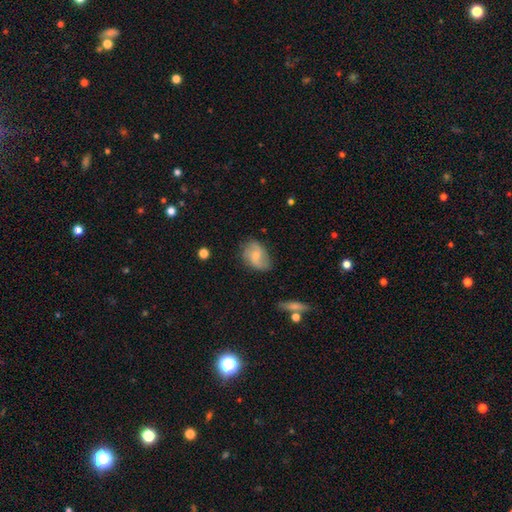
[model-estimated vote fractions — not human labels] This appears to be a featured or disk galaxy (53%) with no bar (55%), spiral arms (87%) and a small central bulge (53%). Merging: none (68%).